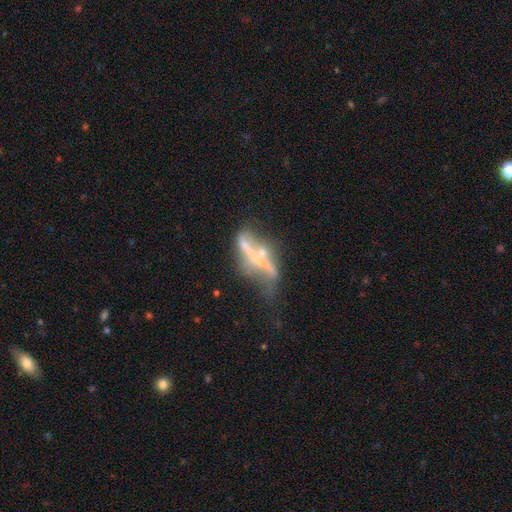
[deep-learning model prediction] This appears to be a featured or disk galaxy (68%). Merging: major disturbance (29%, tied with none).